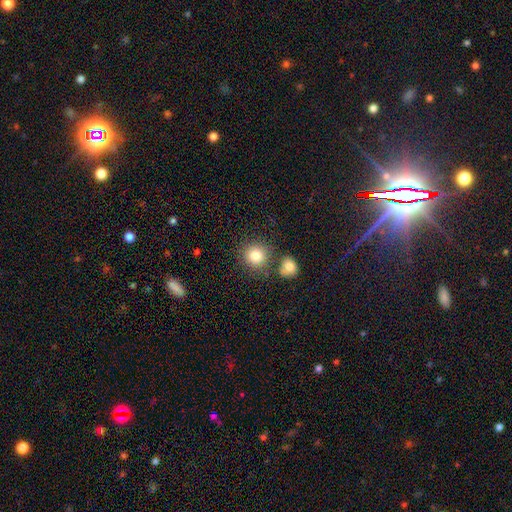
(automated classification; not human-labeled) The model was most divided on "merging": none: 76%, merger: 12%, minor disturbance: 9%, major disturbance: 3%. More confident: how rounded — round (91%); smooth or featured — smooth (82%).